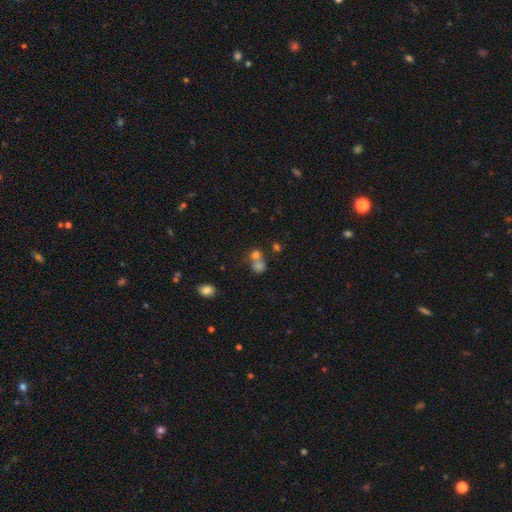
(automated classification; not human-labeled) Smooth or featured? Predicted: smooth (p=0.72). How rounded? Predicted: round (p=0.76). Merging? Predicted: merger (p=0.54).